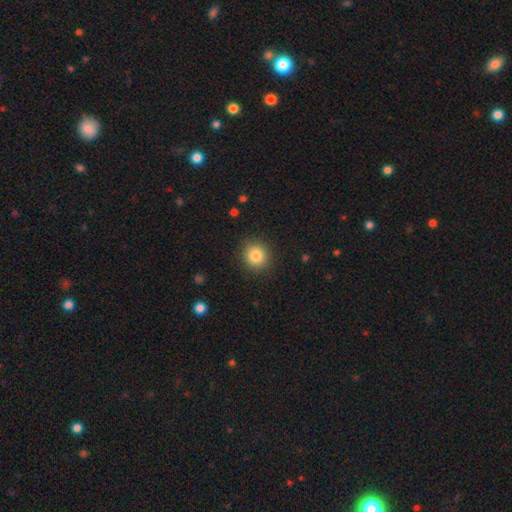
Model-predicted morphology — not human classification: This appears to be a smooth galaxy with no disk features (84%) that is round (88%). Merging: none (90%).